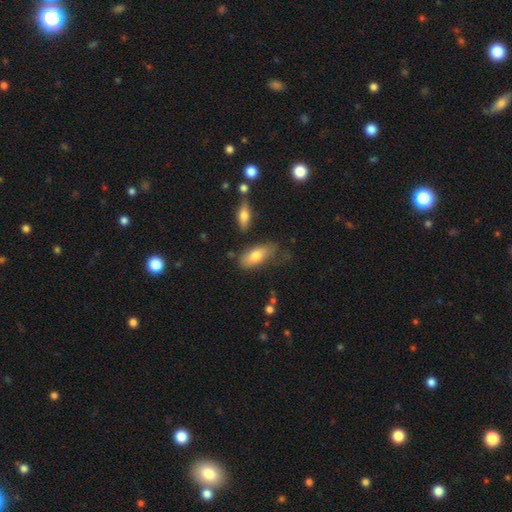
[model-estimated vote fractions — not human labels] A smooth galaxy with no disk features (74%) that is in between round and cigar-shaped (86%). Merging: none (51%).